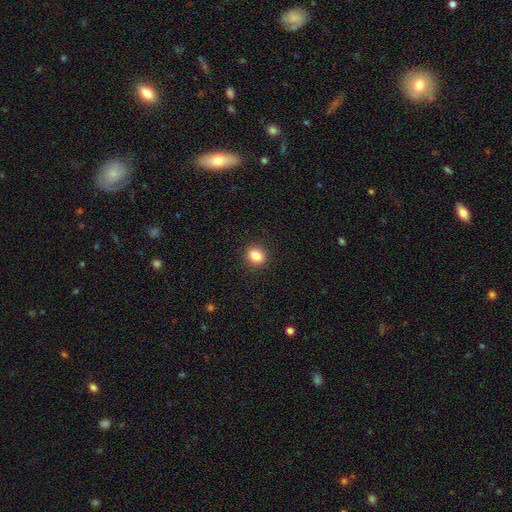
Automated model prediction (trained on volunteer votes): smooth_or_featured: smooth (p=0.85) [alt: star or artifact p=0.10]
how_rounded: round (p=0.69) [alt: in between p=0.30]
merging: none (p=0.91) [alt: minor disturbance p=0.06]